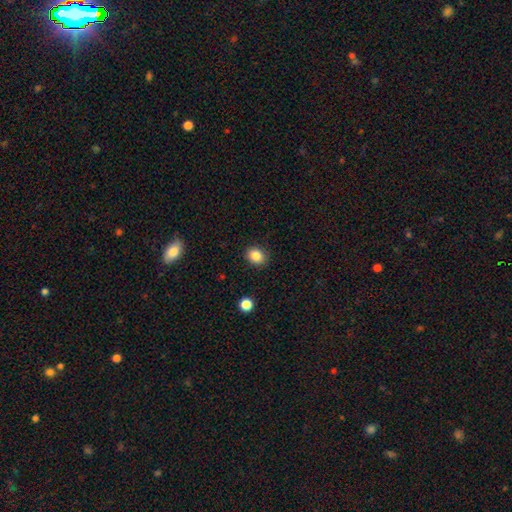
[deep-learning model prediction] smooth 85%, star or artifact 10%, featured or disk 5%. Down the decision tree: how rounded — round (62%); merging — none (89%).